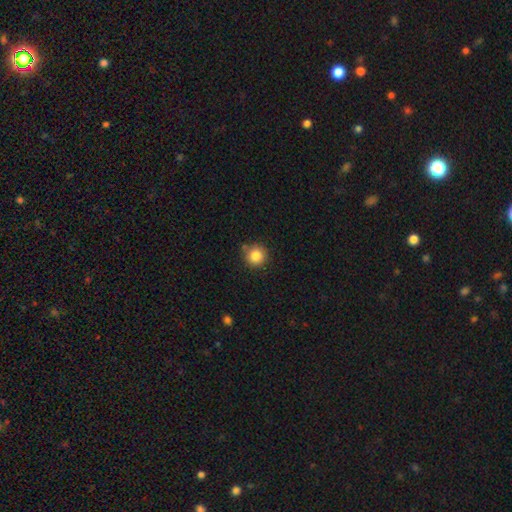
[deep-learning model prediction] Smooth or featured: smooth — 85% (star or artifact — 10%)
How rounded: round — 94% (in between — 5%)
Merging: none — 83% (minor disturbance — 10%)